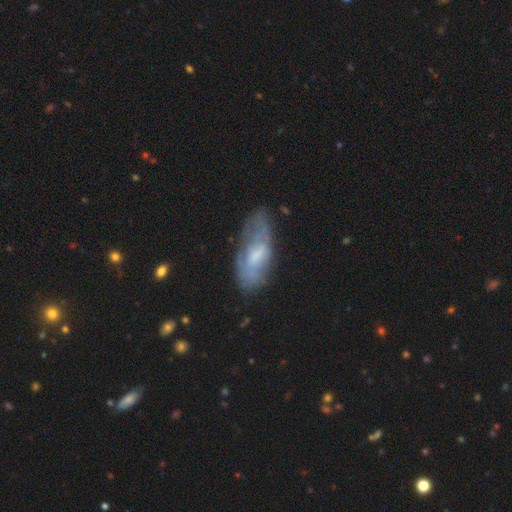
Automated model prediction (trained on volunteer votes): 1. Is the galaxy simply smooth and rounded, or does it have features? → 49% featured or disk, 44% smooth, 8% star or artifact.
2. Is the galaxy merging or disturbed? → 57% none, 28% minor disturbance, 13% major disturbance, 2% merger.